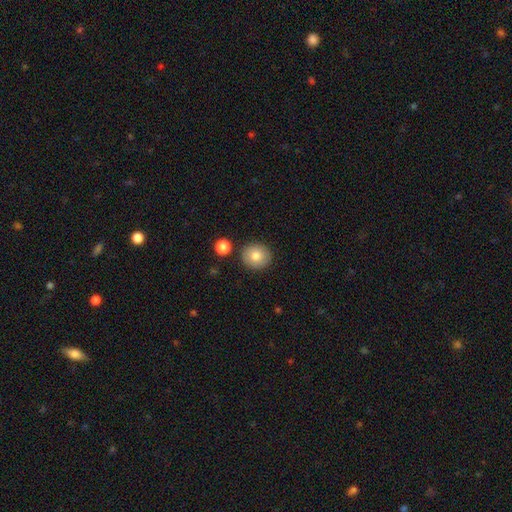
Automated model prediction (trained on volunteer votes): A smooth galaxy with no disk features (82%) that is round (89%).

Vote fractions:
- Smooth or featured? smooth: 82% / featured or disk: 9% / star or artifact: 9%
- How rounded? round: 89% / in between: 10% / cigar-shaped: 1%
- Merging? none: 88% / minor disturbance: 7% / merger: 3% / major disturbance: 2%